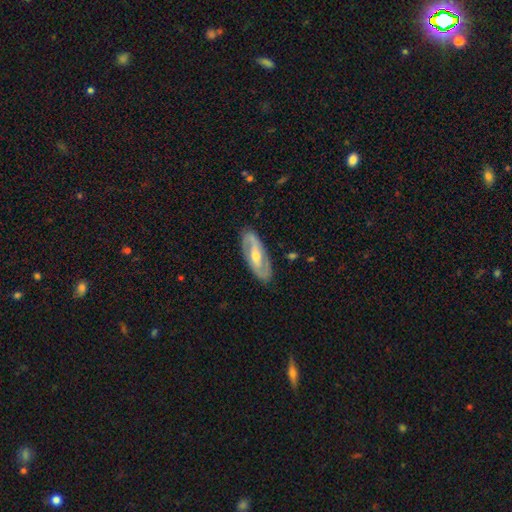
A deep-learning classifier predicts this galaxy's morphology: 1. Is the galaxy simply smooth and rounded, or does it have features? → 80% featured or disk, 15% smooth, 5% star or artifact.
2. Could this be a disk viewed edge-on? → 88% no, 12% yes.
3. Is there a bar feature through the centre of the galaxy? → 39% strong, 36% weak, 25% no.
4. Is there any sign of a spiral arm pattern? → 84% yes, 16% no.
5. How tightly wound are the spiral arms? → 43% medium, 32% tight, 25% loose.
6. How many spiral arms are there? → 88% 2, 7% can't tell, 2% 1, 1% 3, 1% 4, 1% more than 4.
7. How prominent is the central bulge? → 57% moderate, 39% small, 2% large, 1% none, 1% dominant.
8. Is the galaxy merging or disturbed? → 87% none, 10% minor disturbance, 2% major disturbance, 1% merger.